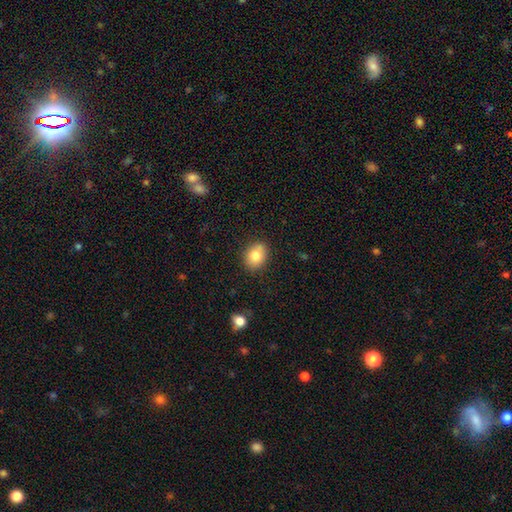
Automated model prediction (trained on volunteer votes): Overall: smooth (79%). How rounded: in between (50%; round 49%). Merging: none (78%).